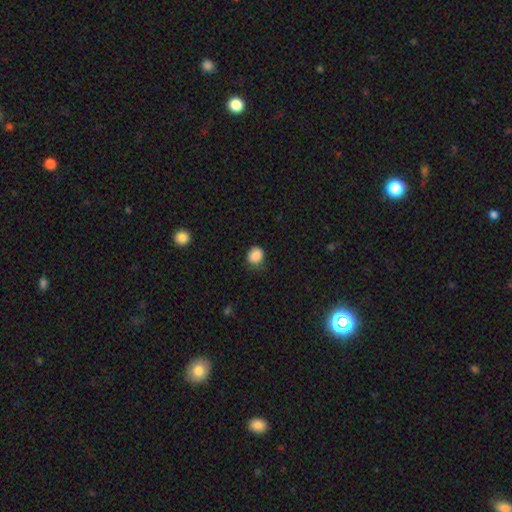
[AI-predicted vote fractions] This appears to be a smooth galaxy with no disk features (87%) that is round (73%). Merging: none (72%).